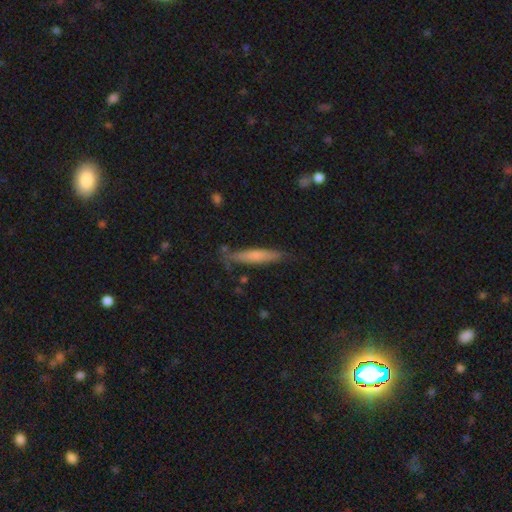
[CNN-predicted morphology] Smooth or featured: smooth — 63% (featured or disk — 31%)
How rounded: cigar-shaped — 91% (in between — 7%)
Merging: none — 79% (minor disturbance — 15%)